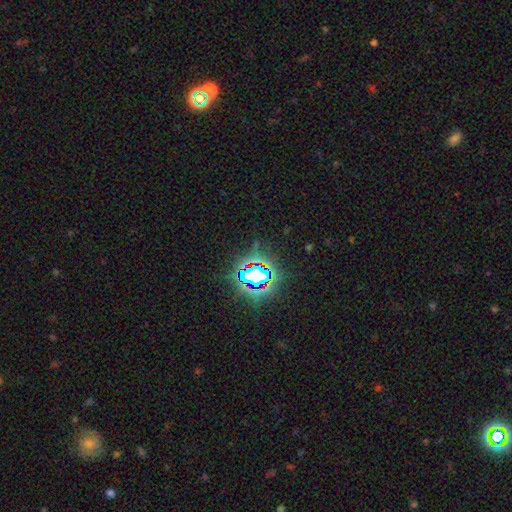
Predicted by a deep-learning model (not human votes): smooth-or-featured: star or artifact: 81% | smooth: 11% | featured or disk: 7%